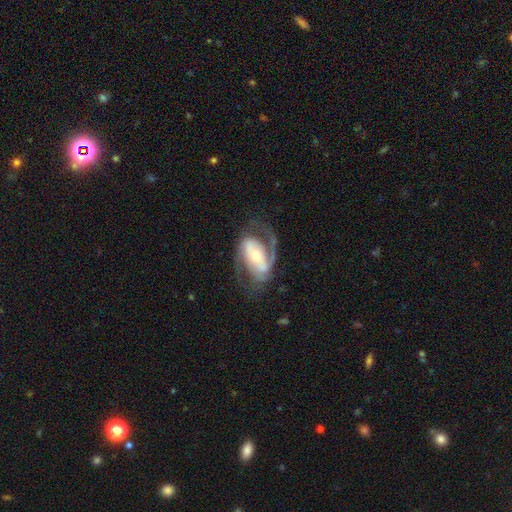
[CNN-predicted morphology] smooth_or_featured: featured or disk (p=0.87) [alt: smooth p=0.09]
disk_edge_on: no (p=0.96) [alt: yes p=0.04]
bar: strong (p=0.37) [alt: weak p=0.33]
has_spiral_arms: yes (p=0.94) [alt: no p=0.06]
spiral_winding: medium (p=0.50) [alt: tight p=0.26]
spiral_arm_count: 2 (p=0.80) [alt: 1 p=0.07]
bulge_size: moderate (p=0.50) [alt: small p=0.41]
merging: none (p=0.63) [alt: major disturbance p=0.18]